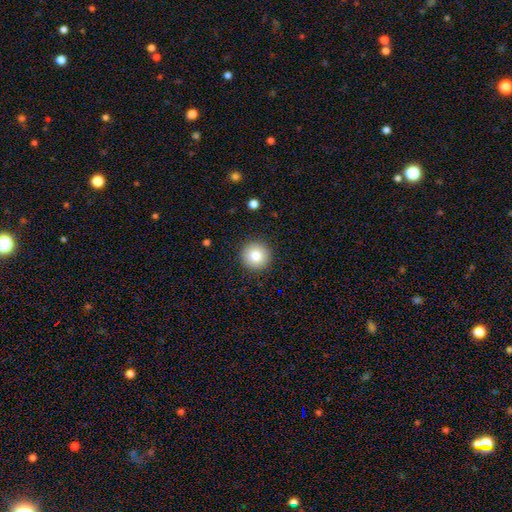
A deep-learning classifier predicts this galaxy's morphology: A smooth galaxy with no disk features (81%) that is round (96%).

Vote fractions:
- Smooth or featured? smooth: 81% / star or artifact: 10% / featured or disk: 9%
- How rounded? round: 96% / in between: 3% / cigar-shaped: 1%
- Merging? none: 92% / minor disturbance: 5% / major disturbance: 2% / merger: 1%